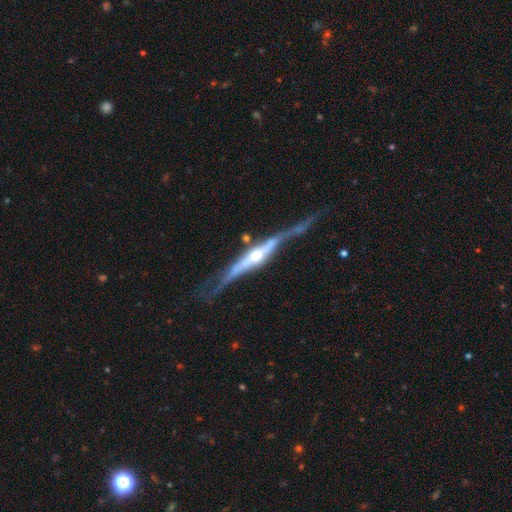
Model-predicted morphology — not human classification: A featured or disk galaxy (84%) viewed edge-on (91%) with a rounded central bulge (79%). Merging: none (45%).